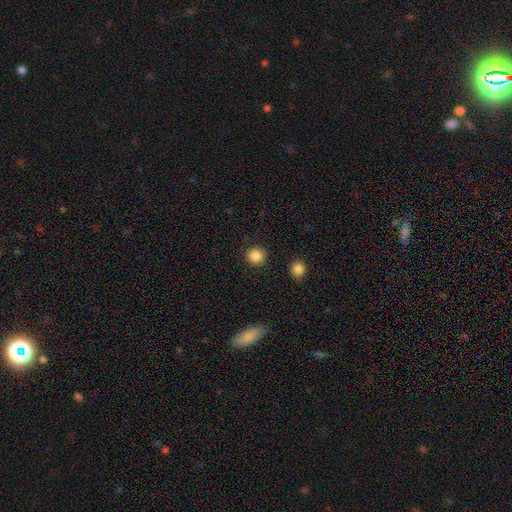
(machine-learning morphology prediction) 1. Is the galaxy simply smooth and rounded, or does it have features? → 86% smooth, 10% star or artifact, 3% featured or disk.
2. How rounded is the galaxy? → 94% round, 5% in between, 1% cigar-shaped.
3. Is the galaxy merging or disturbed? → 91% none, 5% minor disturbance, 2% major disturbance, 2% merger.